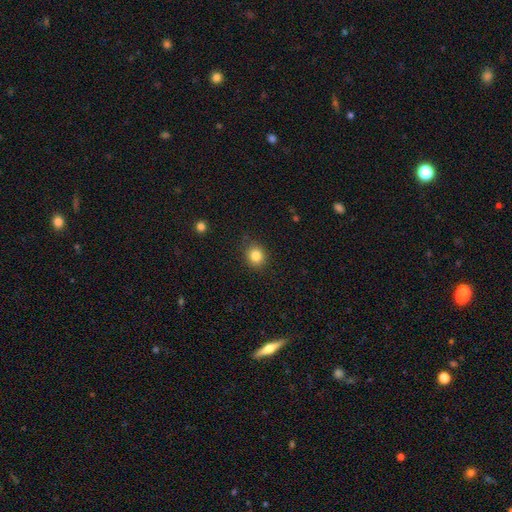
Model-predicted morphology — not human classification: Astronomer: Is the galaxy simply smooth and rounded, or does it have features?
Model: smooth — 84%.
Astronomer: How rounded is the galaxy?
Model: round — 79%.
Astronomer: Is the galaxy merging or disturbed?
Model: none — 86%.